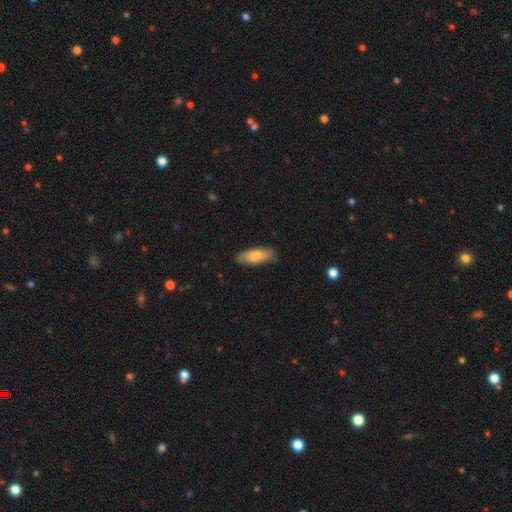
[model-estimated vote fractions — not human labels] Overall: smooth (77%). How rounded: in between (66%; cigar-shaped 32%). Merging: none (76%).